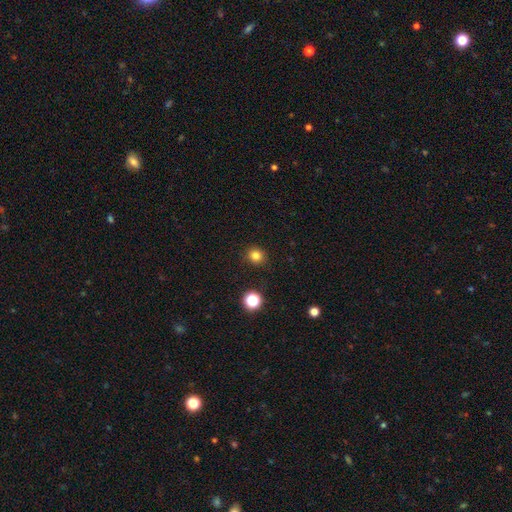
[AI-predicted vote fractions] Q: Smooth or featured?
A: smooth (81%); runner-up: star or artifact (14%)
Q: How rounded?
A: round (85%); runner-up: in between (14%)
Q: Merging?
A: none (89%); runner-up: minor disturbance (8%)